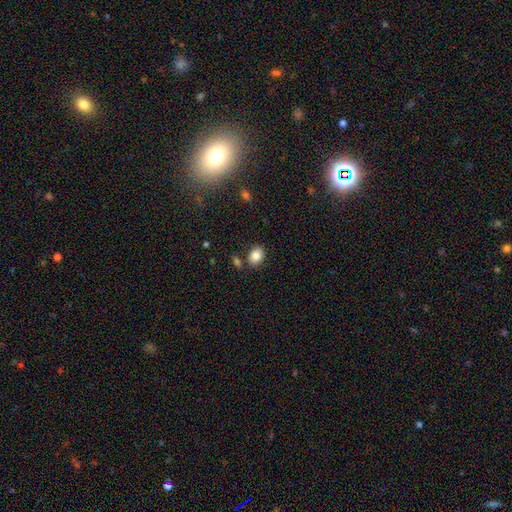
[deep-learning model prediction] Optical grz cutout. It shows a smooth galaxy with no disk features (84%) that is in between round and cigar-shaped (75%). Merging: none (77%).